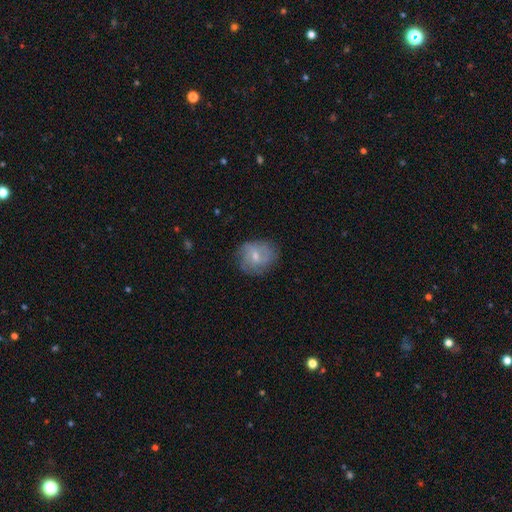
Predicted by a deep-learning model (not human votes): This is possibly a smooth galaxy (49%). Merging: likely none (68%).